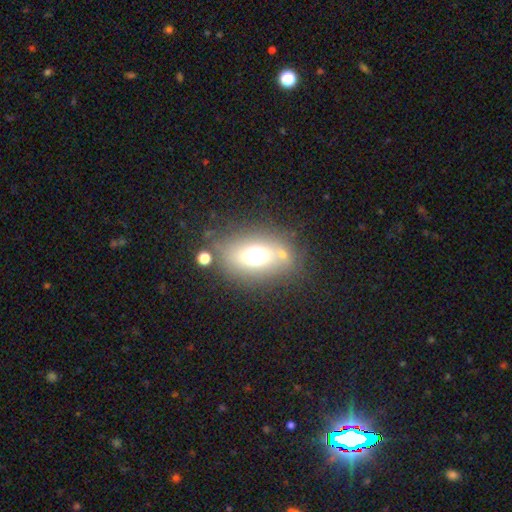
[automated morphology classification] Q: Smooth or featured?
A: smooth (59%); runner-up: featured or disk (22%)
Q: How rounded?
A: in between (65%); runner-up: round (33%)
Q: Merging?
A: none (68%); runner-up: minor disturbance (13%)